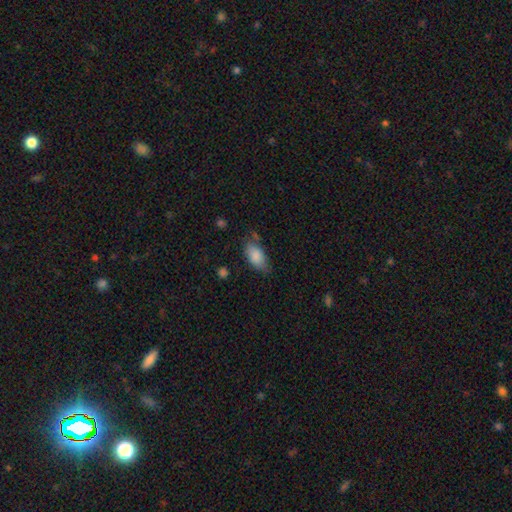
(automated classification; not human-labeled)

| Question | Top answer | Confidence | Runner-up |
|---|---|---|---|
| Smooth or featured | smooth | 85% | featured or disk (8%) |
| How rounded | in between | 92% | cigar-shaped (4%) |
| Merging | none | 61% | minor disturbance (28%) |